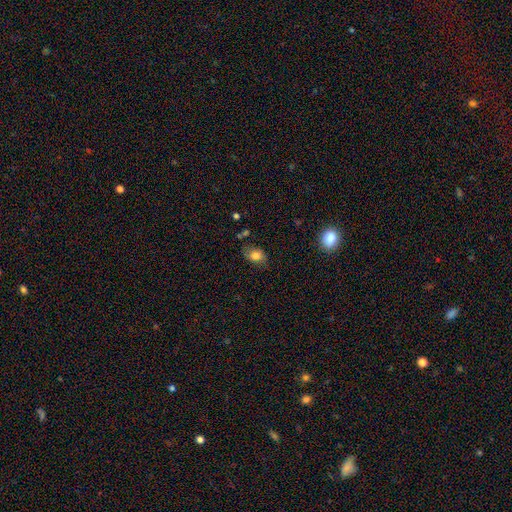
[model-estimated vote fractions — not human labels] Morphology: type=smooth (74%); roundness=in between (79%); merging=none (67%).